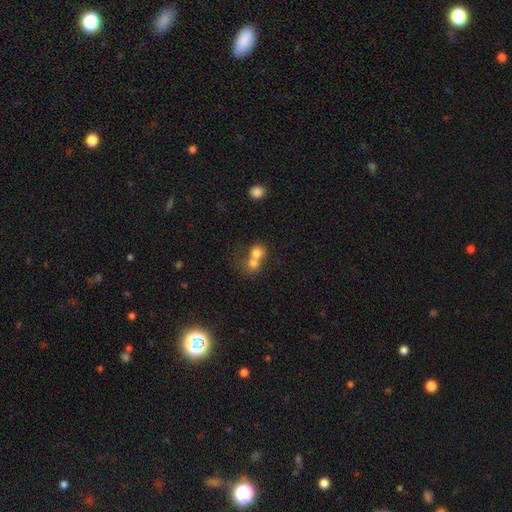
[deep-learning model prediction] Smooth or featured? Predicted: smooth (p=0.74). How rounded? Predicted: round (p=0.73). Merging? Predicted: merger (p=0.69).